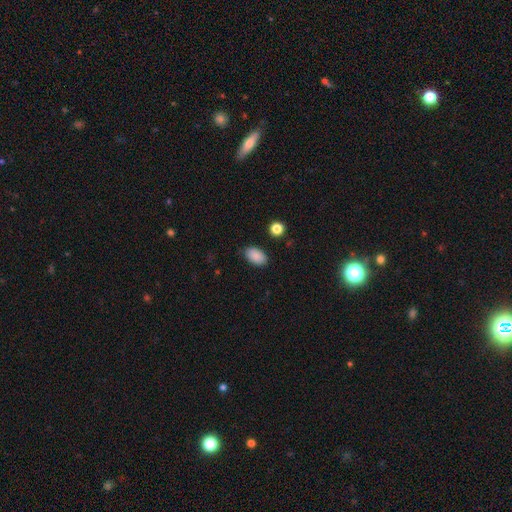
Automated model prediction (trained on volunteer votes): Smooth or featured? Predicted: smooth (p=0.88). How rounded? Predicted: in between (p=0.91). Merging? Predicted: none (p=0.84).